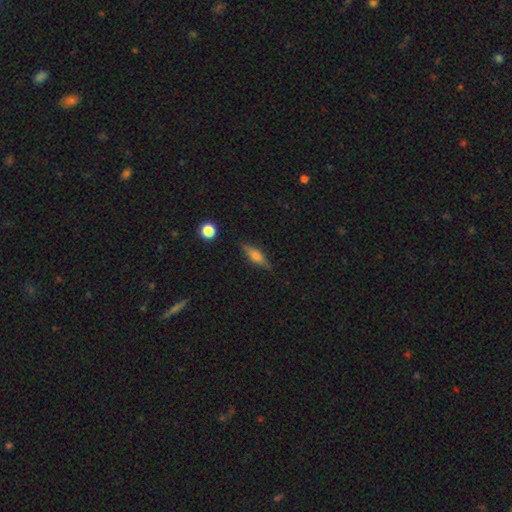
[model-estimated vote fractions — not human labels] Smooth or featured: featured or disk — 49% (smooth — 42%)
Merging: none — 84% (minor disturbance — 12%)